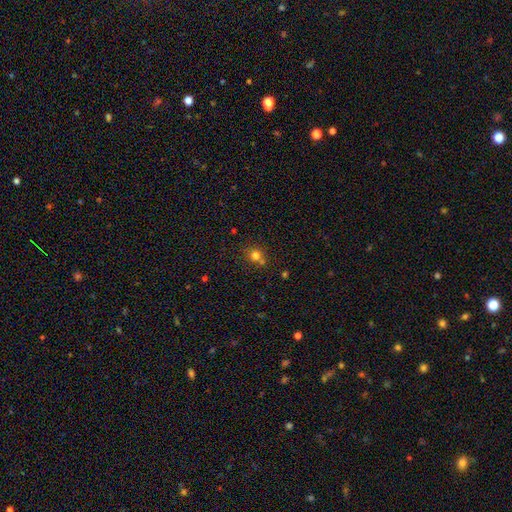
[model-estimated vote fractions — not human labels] Q: Smooth or featured?
A: smooth (76%); runner-up: star or artifact (16%)
Q: How rounded?
A: round (86%); runner-up: in between (13%)
Q: Merging?
A: none (63%); runner-up: merger (23%)